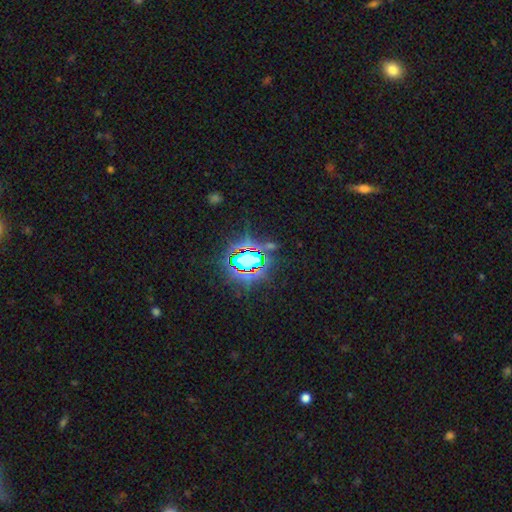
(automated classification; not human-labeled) Smooth or featured: star or artifact — 80% (smooth — 13%)